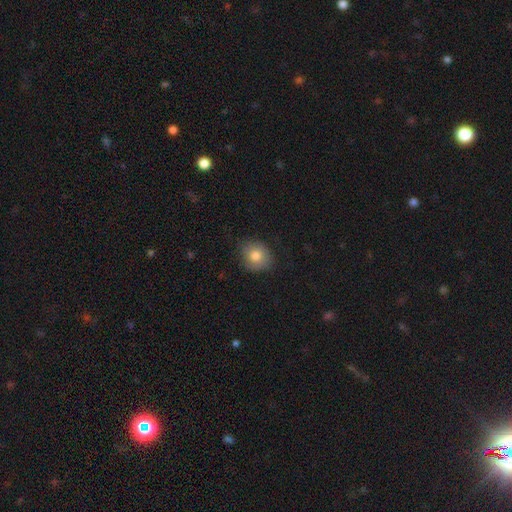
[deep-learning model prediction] This appears to be a smooth galaxy with no disk features (80%) that is round (70%). Merging: none (77%).